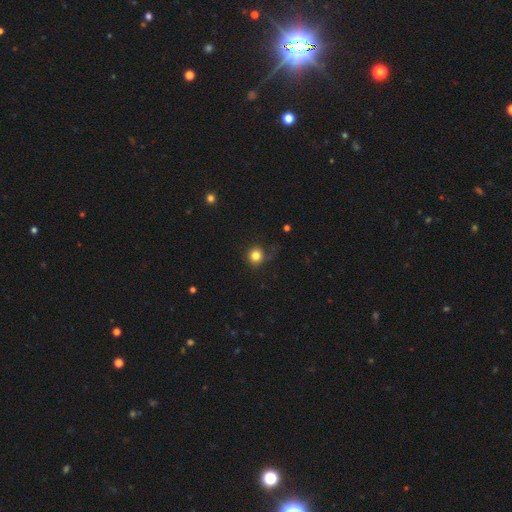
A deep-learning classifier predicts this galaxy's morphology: type=smooth (82%); roundness=round (86%); merging=none (72%).